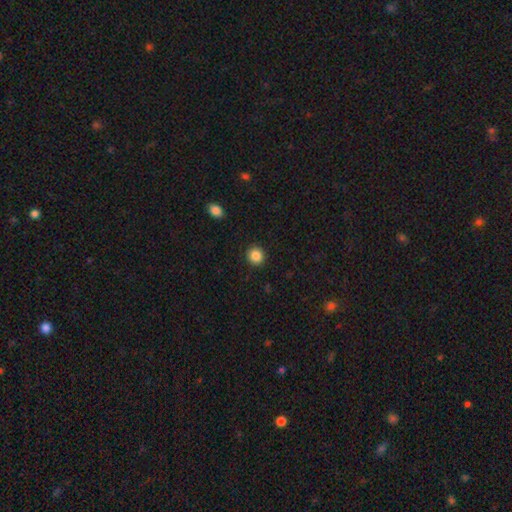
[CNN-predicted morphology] Q: Smooth or featured?
A: smooth (86%); runner-up: star or artifact (10%)
Q: How rounded?
A: round (90%); runner-up: in between (9%)
Q: Merging?
A: none (92%); runner-up: minor disturbance (5%)